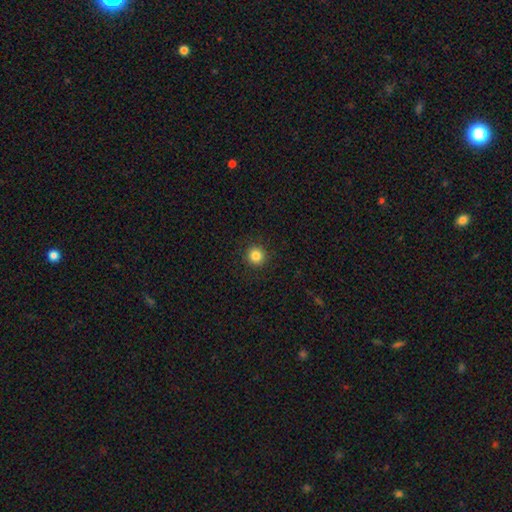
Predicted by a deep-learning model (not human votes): This is clearly a smooth galaxy (85%). How rounded: clearly round (95%). Merging: clearly none (92%).